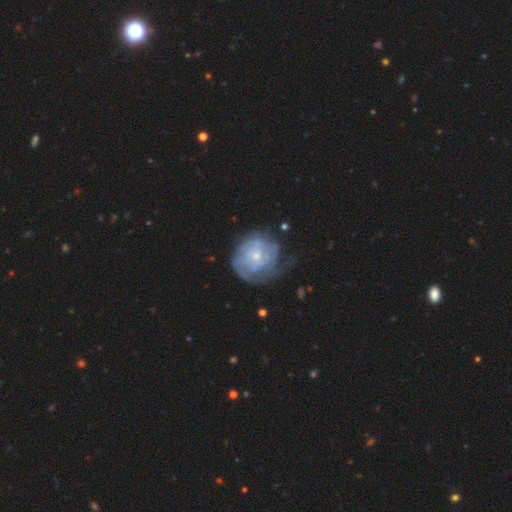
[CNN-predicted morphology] Smooth or featured? Predicted: featured or disk (p=0.68). Edge-on disk? Predicted: no (p=0.97). Bar? Predicted: no (p=0.78). Spiral arms? Predicted: yes (p=0.61). Bulge size? Predicted: small (p=0.67). Merging? Predicted: none (p=0.49).